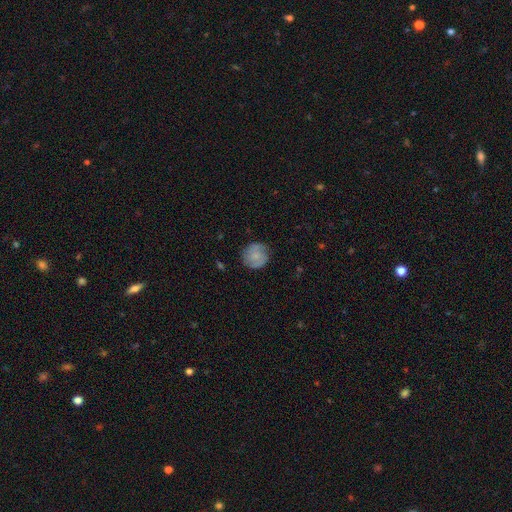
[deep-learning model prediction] This appears to be a smooth galaxy with no disk features (63%) that is round (89%). Merging: none (77%).